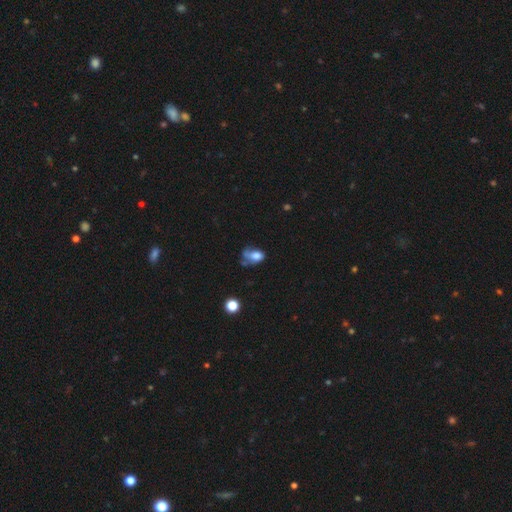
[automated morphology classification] Smooth or featured?
  - smooth: 63% *
  - featured or disk: 25%
  - star or artifact: 12%
How rounded?
  - in between: 80% *
  - round: 18%
  - cigar-shaped: 2%
Merging?
  - major disturbance: 35% *
  - minor disturbance: 25%
  - none: 25%
  - merger: 15%